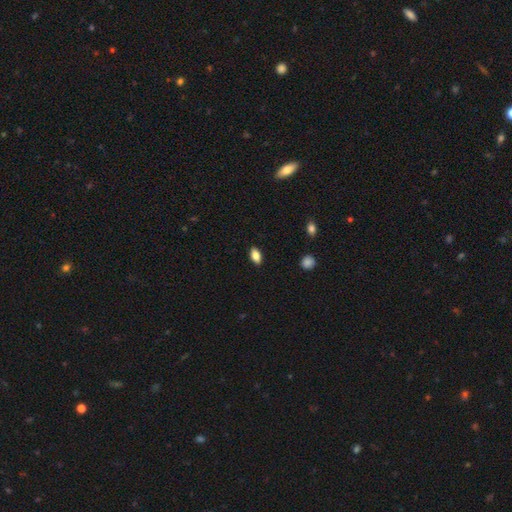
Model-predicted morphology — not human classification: Smooth or featured?
  - smooth: 81% *
  - featured or disk: 11%
  - star or artifact: 8%
How rounded?
  - in between: 88% *
  - cigar-shaped: 7%
  - round: 5%
Merging?
  - none: 88% *
  - minor disturbance: 9%
  - major disturbance: 2%
  - merger: 1%